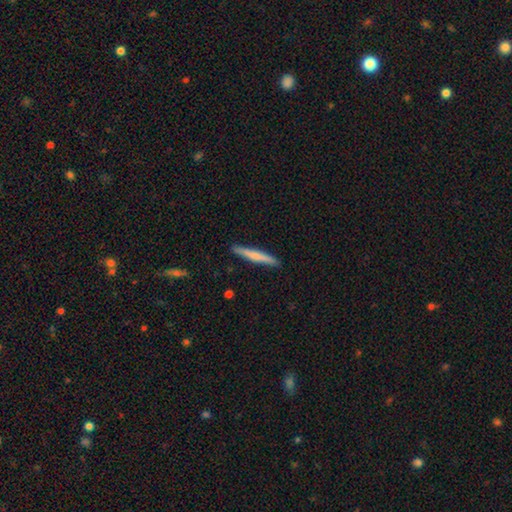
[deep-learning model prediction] Q: Smooth or featured?
A: smooth (62%); runner-up: featured or disk (33%)
Q: How rounded?
A: cigar-shaped (96%); runner-up: in between (3%)
Q: Merging?
A: none (91%); runner-up: minor disturbance (6%)